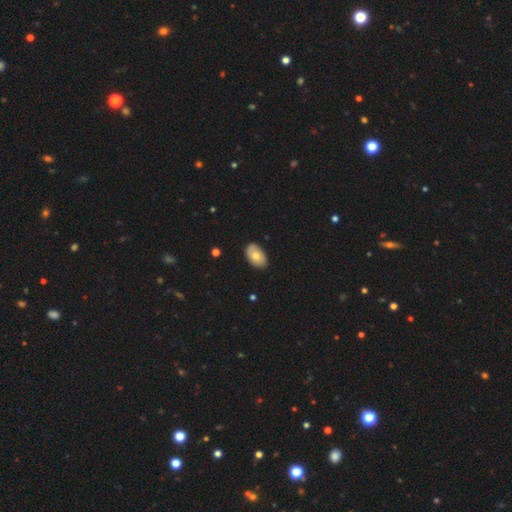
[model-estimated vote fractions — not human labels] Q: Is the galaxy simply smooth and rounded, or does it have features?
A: smooth — 69%.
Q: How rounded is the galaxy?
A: in between — 91%.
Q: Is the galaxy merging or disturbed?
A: none — 85%.